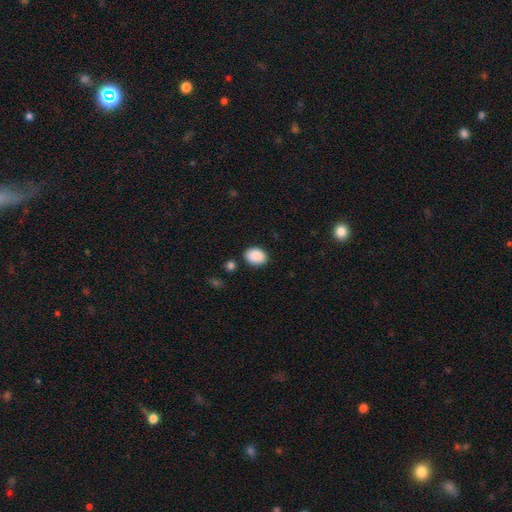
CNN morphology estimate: Smooth or featured: smooth — 90% (star or artifact — 7%)
How rounded: in between — 73% (round — 26%)
Merging: none — 85% (minor disturbance — 10%)